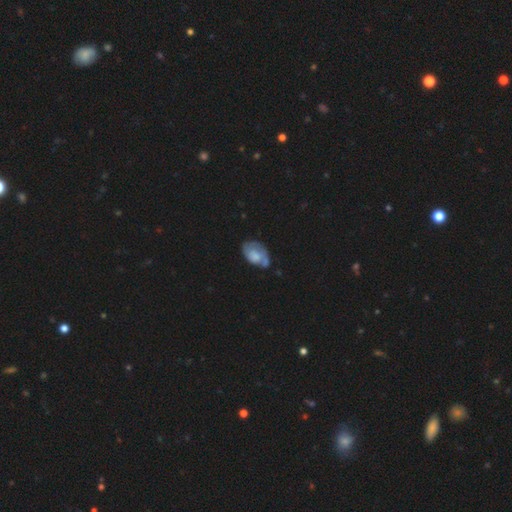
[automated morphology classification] Overall: smooth (52%; featured or disk 41%). How rounded: in between (87%). Merging: none (41%; minor disturbance 34%).